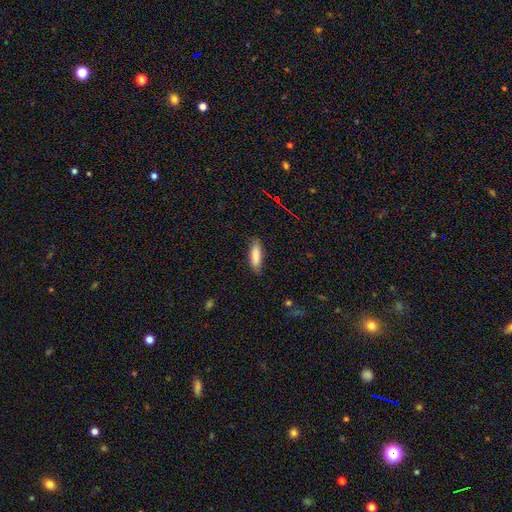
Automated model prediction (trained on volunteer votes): Smooth or featured: smooth — 85% (featured or disk — 9%)
How rounded: cigar-shaped — 56% (in between — 43%)
Merging: none — 85% (minor disturbance — 12%)